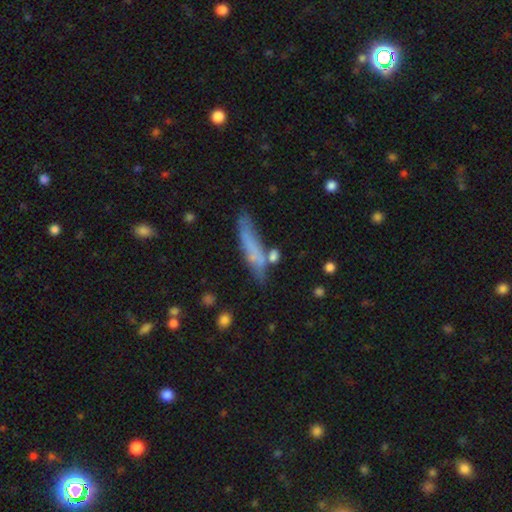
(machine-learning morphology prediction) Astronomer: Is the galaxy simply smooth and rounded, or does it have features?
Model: smooth — 63%.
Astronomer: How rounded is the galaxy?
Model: cigar-shaped — 86%.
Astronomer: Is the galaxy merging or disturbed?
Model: none — 63%.